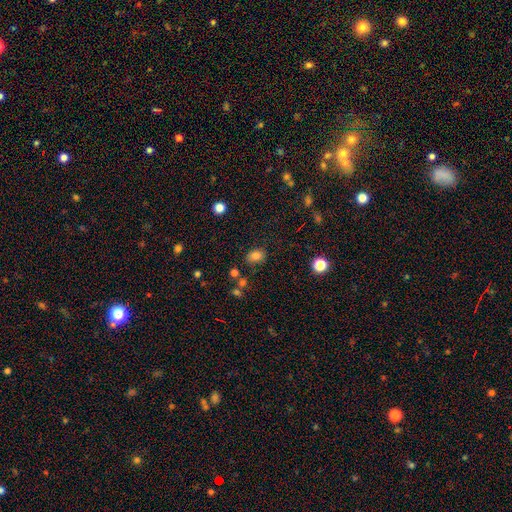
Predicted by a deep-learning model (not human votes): Smooth or featured?
  - smooth: 80% *
  - star or artifact: 13%
  - featured or disk: 7%
How rounded?
  - in between: 67% *
  - round: 32%
  - cigar-shaped: 1%
Merging?
  - none: 79% *
  - minor disturbance: 13%
  - merger: 4%
  - major disturbance: 4%